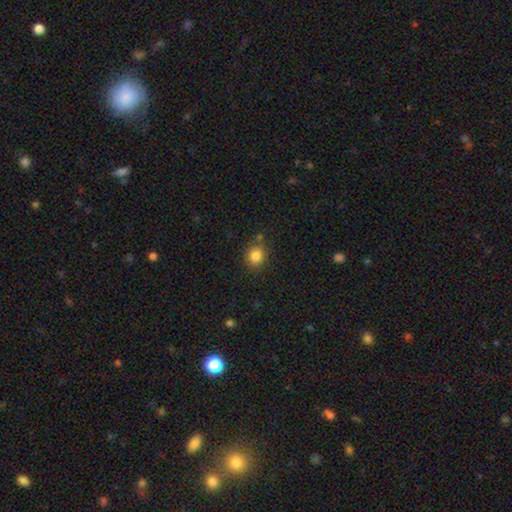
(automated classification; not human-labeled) smooth_or_featured: smooth (p=0.84) [alt: star or artifact p=0.11]
how_rounded: round (p=0.77) [alt: in between p=0.22]
merging: none (p=0.78) [alt: minor disturbance p=0.13]